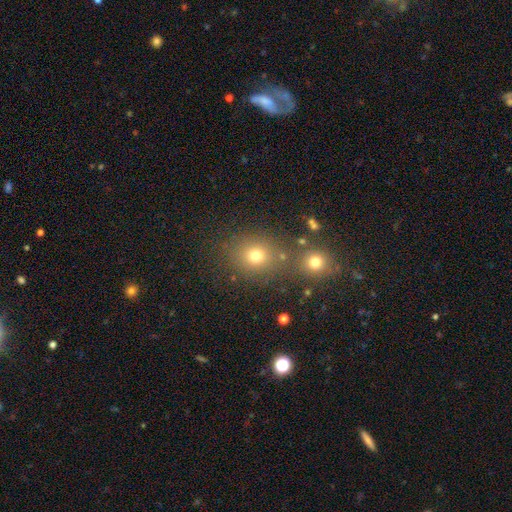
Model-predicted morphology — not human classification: Smooth or featured?
  - smooth: 72% *
  - star or artifact: 19%
  - featured or disk: 9%
How rounded?
  - round: 72% *
  - in between: 27%
  - cigar-shaped: 1%
Merging?
  - none: 65% *
  - merger: 21%
  - minor disturbance: 10%
  - major disturbance: 4%